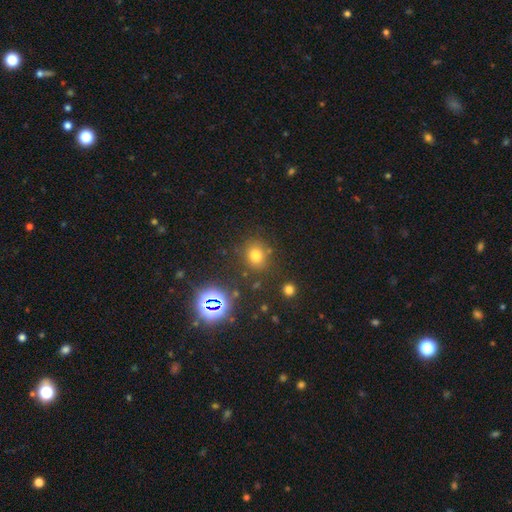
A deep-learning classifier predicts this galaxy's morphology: Overall: smooth (71%). How rounded: round (71%). Merging: none (79%).